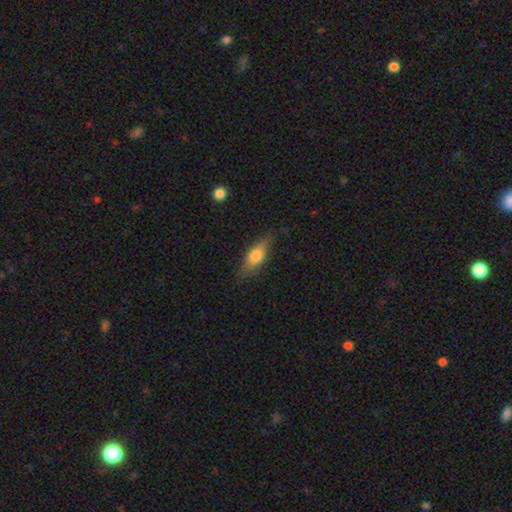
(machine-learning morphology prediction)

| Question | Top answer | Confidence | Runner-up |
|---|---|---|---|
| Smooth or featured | smooth | 66% | featured or disk (27%) |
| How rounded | in between | 63% | cigar-shaped (33%) |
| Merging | none | 79% | minor disturbance (16%) |